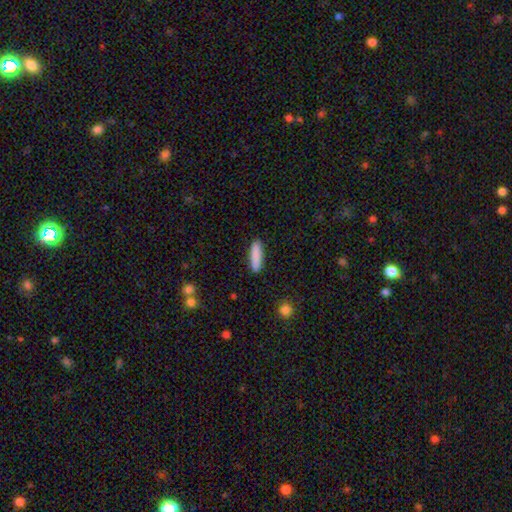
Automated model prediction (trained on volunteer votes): A smooth galaxy with no disk features (88%) that is cigar-shaped (71%).

Vote fractions:
- Smooth or featured? smooth: 88% / featured or disk: 6% / star or artifact: 6%
- How rounded? cigar-shaped: 71% / in between: 28% / round: 2%
- Merging? none: 90% / minor disturbance: 7% / major disturbance: 2% / merger: 1%